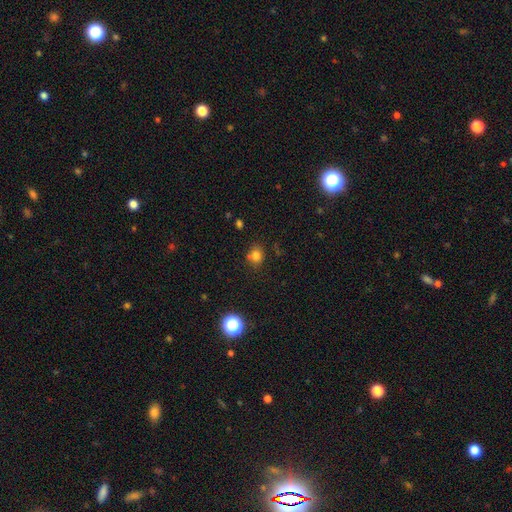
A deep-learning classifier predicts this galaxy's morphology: Smooth or featured?
  - smooth: 77% *
  - star or artifact: 15%
  - featured or disk: 7%
How rounded?
  - round: 67% *
  - in between: 32%
  - cigar-shaped: 1%
Merging?
  - none: 70% *
  - minor disturbance: 16%
  - merger: 9%
  - major disturbance: 4%